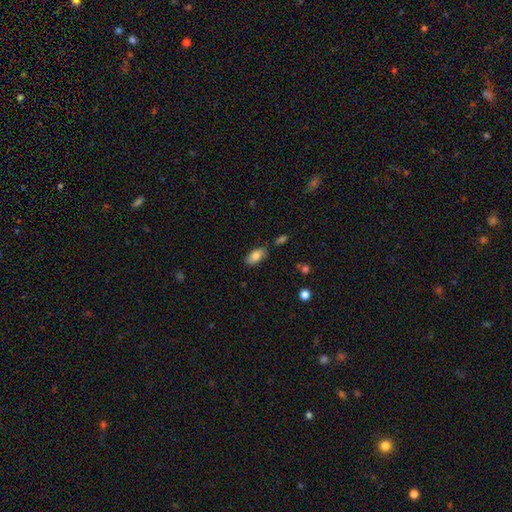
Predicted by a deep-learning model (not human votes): Morphology: type=smooth (81%); roundness=in between (92%); merging=none (75%).